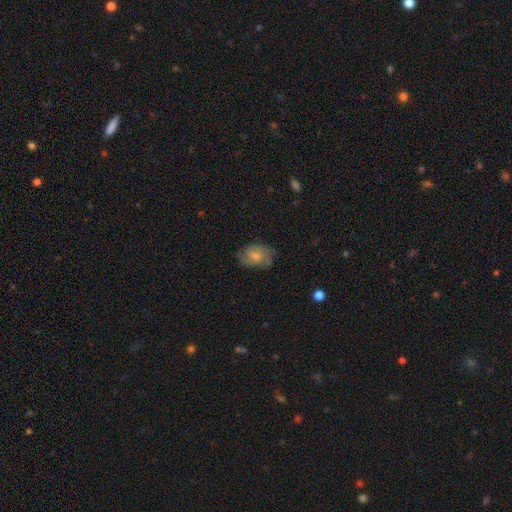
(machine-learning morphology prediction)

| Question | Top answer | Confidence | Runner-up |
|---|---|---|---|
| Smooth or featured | smooth | 54% | featured or disk (38%) |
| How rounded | in between | 78% | round (21%) |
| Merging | none | 63% | minor disturbance (25%) |